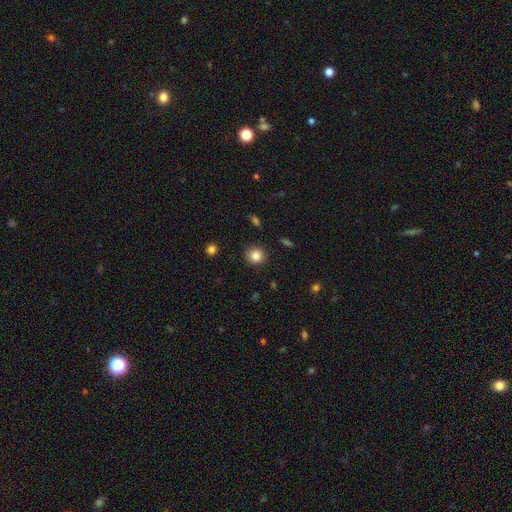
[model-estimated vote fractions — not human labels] This is clearly a smooth galaxy (84%). How rounded: clearly round (88%). Merging: clearly none (90%).